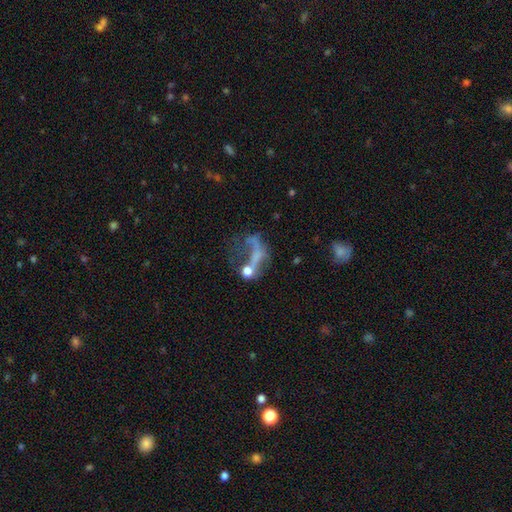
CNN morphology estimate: This appears to be a featured or disk galaxy (45%). Merging: major disturbance (43%).